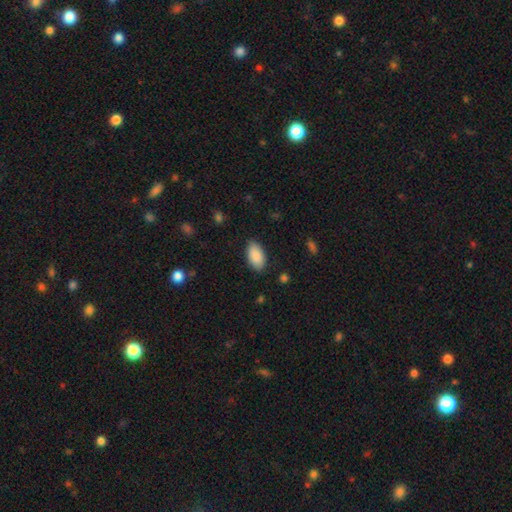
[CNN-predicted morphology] Smooth or featured: smooth — 90% (star or artifact — 6%)
How rounded: in between — 95% (round — 3%)
Merging: none — 85% (minor disturbance — 11%)